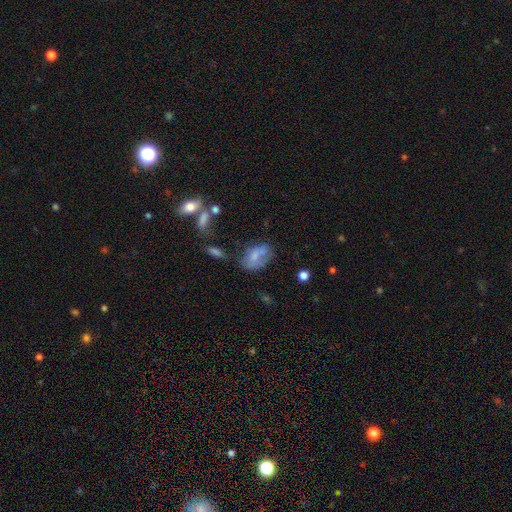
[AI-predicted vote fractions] Morphology: type=smooth (65%); roundness=in between (85%); merging=none (43%).